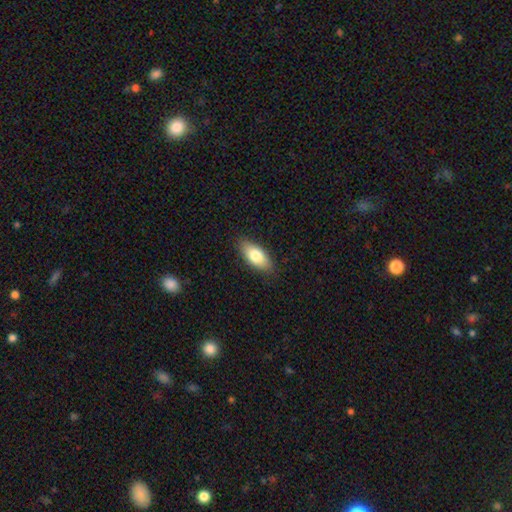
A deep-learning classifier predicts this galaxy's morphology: The model was most divided on "smooth or featured": smooth: 78%, featured or disk: 15%, star or artifact: 6%. More confident: merging — none (87%); how rounded — in between (86%).